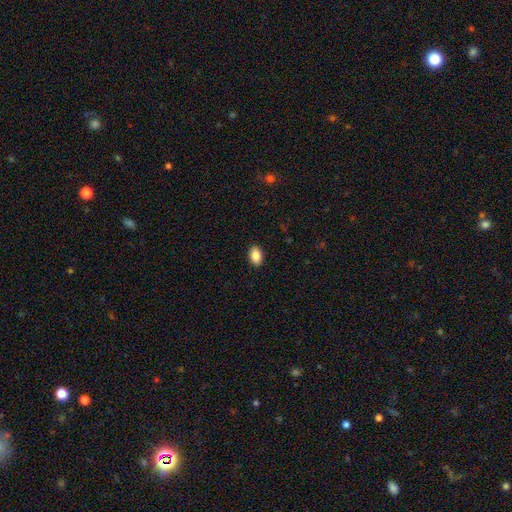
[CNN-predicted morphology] Q: Smooth or featured?
A: smooth (87%); runner-up: star or artifact (8%)
Q: How rounded?
A: in between (90%); runner-up: round (9%)
Q: Merging?
A: none (90%); runner-up: minor disturbance (7%)